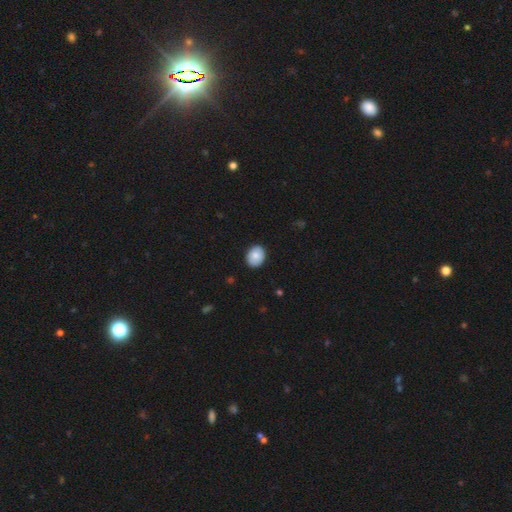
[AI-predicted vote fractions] A smooth galaxy with no disk features (84%) that is in between round and cigar-shaped (60%). Merging: none (88%).